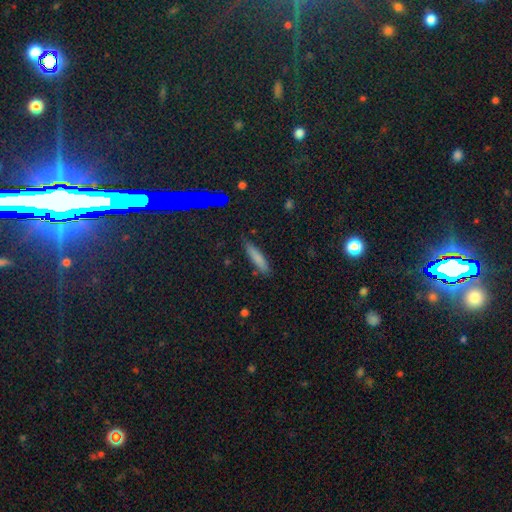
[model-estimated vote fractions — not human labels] Smooth or featured? Predicted: smooth (p=0.75). How rounded? Predicted: cigar-shaped (p=0.84). Merging? Predicted: none (p=0.83).